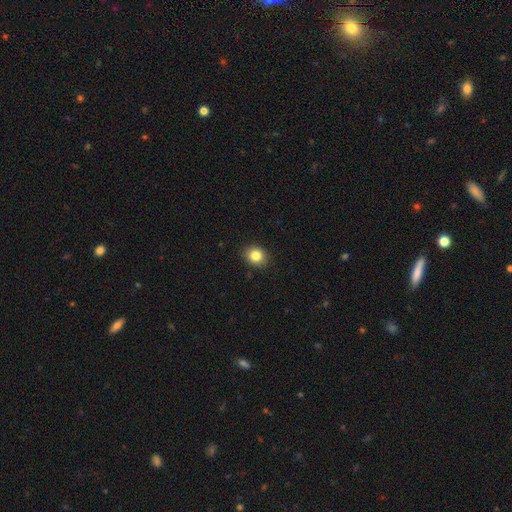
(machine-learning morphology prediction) smooth-or-featured: smooth: 84% | star or artifact: 10% | featured or disk: 6%
  how-rounded: round: 63% | in between: 36% | cigar-shaped: 1%
  merging: none: 89% | minor disturbance: 8% | major disturbance: 2% | merger: 1%